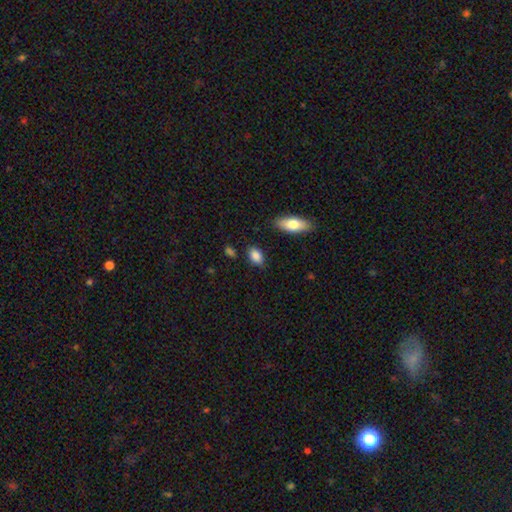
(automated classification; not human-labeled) The model was most divided on "merging": none: 81%, minor disturbance: 13%, merger: 3%, major disturbance: 3%. More confident: how rounded — in between (87%); smooth or featured — smooth (86%).